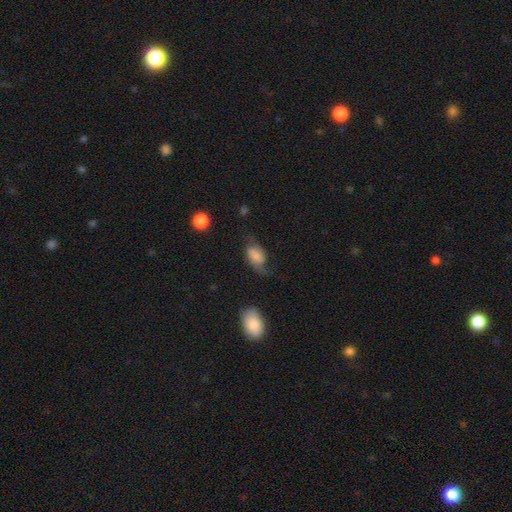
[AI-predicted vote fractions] This is possibly a smooth galaxy (47%). Merging: possibly none (48%).